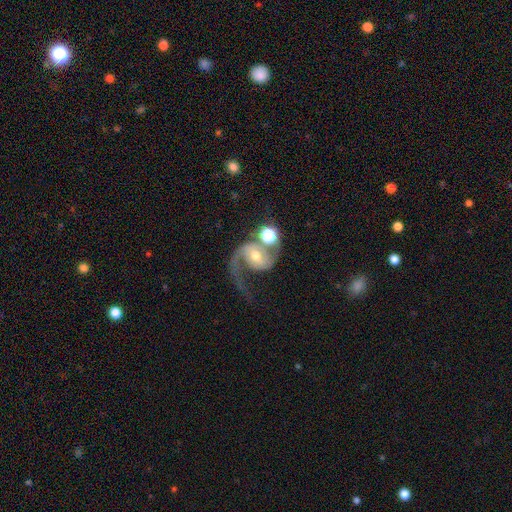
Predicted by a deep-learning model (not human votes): The model was most divided on "merging": none: 34%, merger: 27%, major disturbance: 26%, minor disturbance: 13%. More confident: edge-on disk — no (97%); spiral arms — yes (95%); smooth or featured — featured or disk (81%); spiral arm count — 2 (63%); bulge size — moderate (62%); spiral winding — loose (58%); bar — no (51%).